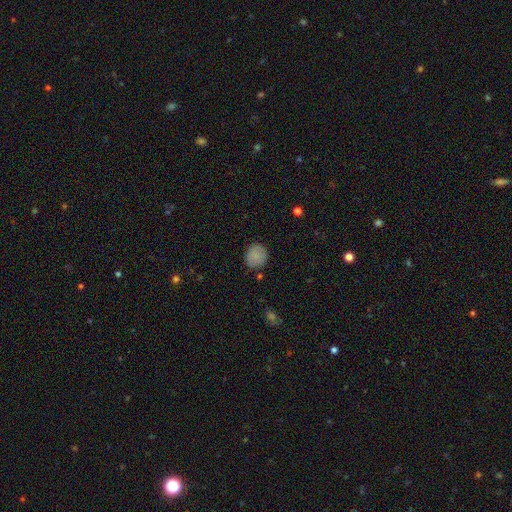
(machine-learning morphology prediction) Q: Smooth or featured?
A: smooth (84%); runner-up: star or artifact (9%)
Q: How rounded?
A: round (85%); runner-up: in between (14%)
Q: Merging?
A: none (83%); runner-up: minor disturbance (12%)